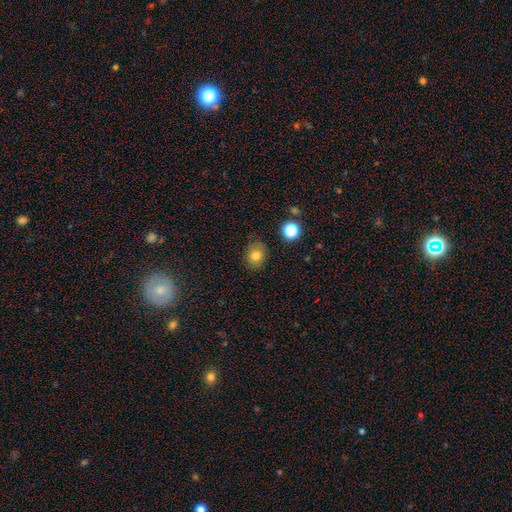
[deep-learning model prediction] Q: Smooth or featured?
A: smooth (79%); runner-up: star or artifact (13%)
Q: How rounded?
A: round (57%); runner-up: in between (42%)
Q: Merging?
A: none (82%); runner-up: minor disturbance (13%)